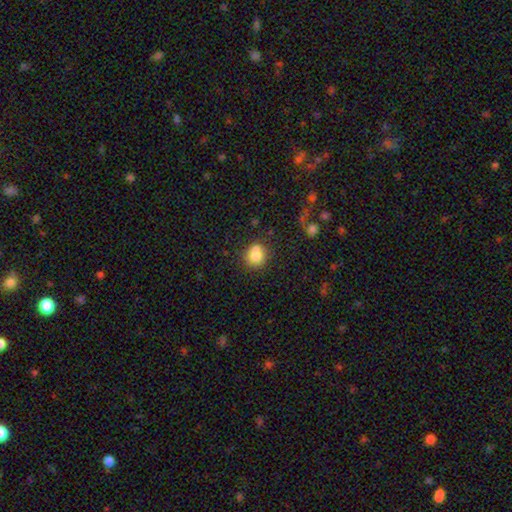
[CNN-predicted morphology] smooth-or-featured: smooth: 80% | featured or disk: 10% | star or artifact: 10%
  how-rounded: round: 75% | in between: 24% | cigar-shaped: 1%
  merging: none: 57% | merger: 19% | minor disturbance: 17% | major disturbance: 6%